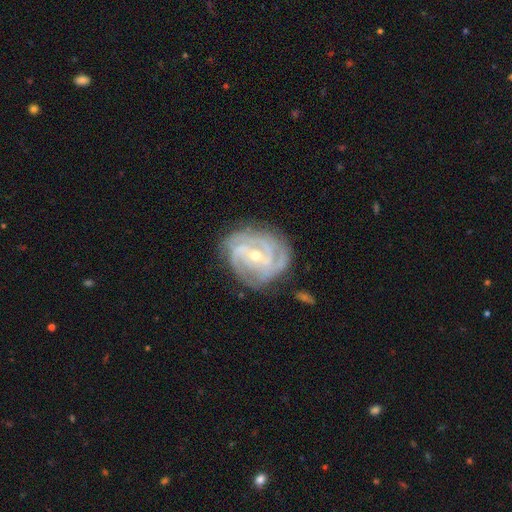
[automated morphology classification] smooth_or_featured: featured or disk (p=0.89) [alt: smooth p=0.06]
disk_edge_on: no (p=0.97) [alt: yes p=0.03]
bar: weak (p=0.42) [alt: no p=0.38]
has_spiral_arms: yes (p=0.97) [alt: no p=0.03]
spiral_winding: tight (p=0.66) [alt: medium p=0.29]
spiral_arm_count: 3 (p=0.36) [alt: 2 p=0.18]
bulge_size: small (p=0.54) [alt: moderate p=0.43]
merging: none (p=0.74) [alt: minor disturbance p=0.18]